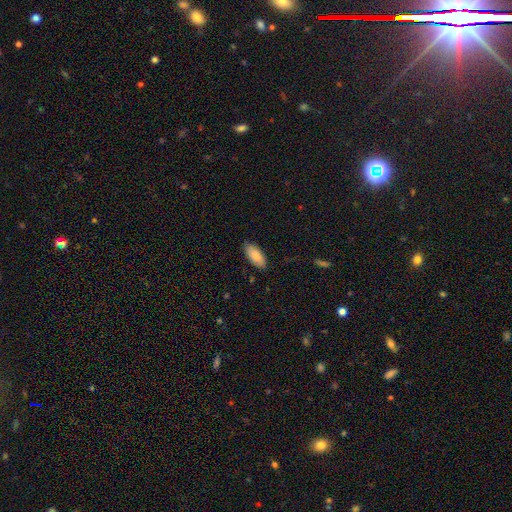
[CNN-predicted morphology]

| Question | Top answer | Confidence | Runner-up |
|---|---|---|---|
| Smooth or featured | smooth | 82% | featured or disk (12%) |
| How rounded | in between | 88% | cigar-shaped (10%) |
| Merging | none | 83% | minor disturbance (14%) |